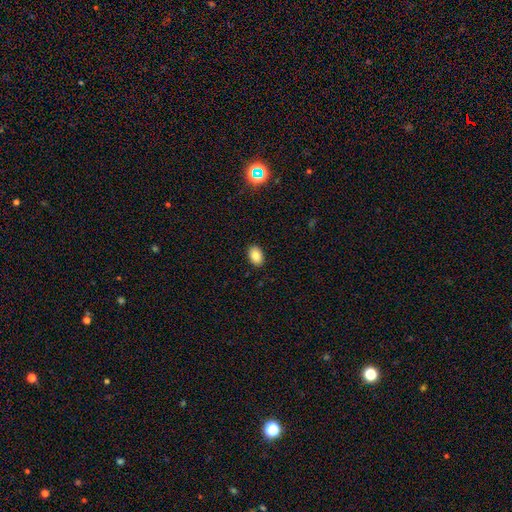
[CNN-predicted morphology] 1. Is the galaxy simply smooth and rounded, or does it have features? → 86% smooth, 8% star or artifact, 6% featured or disk.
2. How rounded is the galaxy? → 86% in between, 13% round, 1% cigar-shaped.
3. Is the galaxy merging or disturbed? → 89% none, 8% minor disturbance, 2% major disturbance, 1% merger.